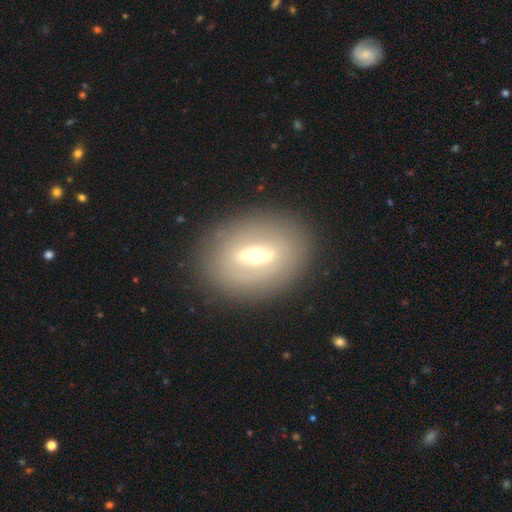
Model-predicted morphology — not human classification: The model was most divided on "smooth or featured": featured or disk: 61%, smooth: 30%, star or artifact: 8%. More confident: merging — none (84%); edge-on disk — no (80%).